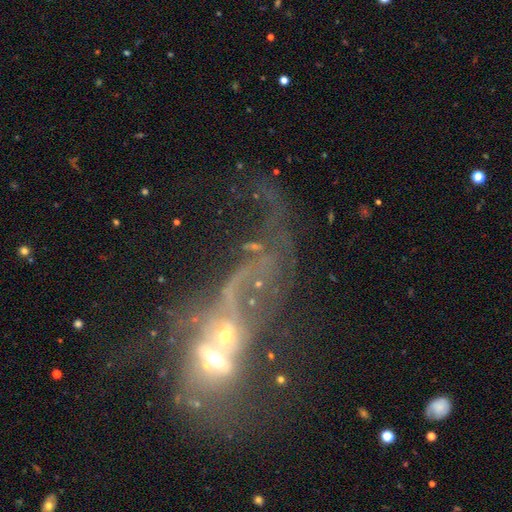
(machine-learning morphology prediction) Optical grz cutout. It shows a featured or disk galaxy (60%) with no bar (76%), no spiral arms (62%) and a moderate central bulge (40%). Merging: merger (66%).